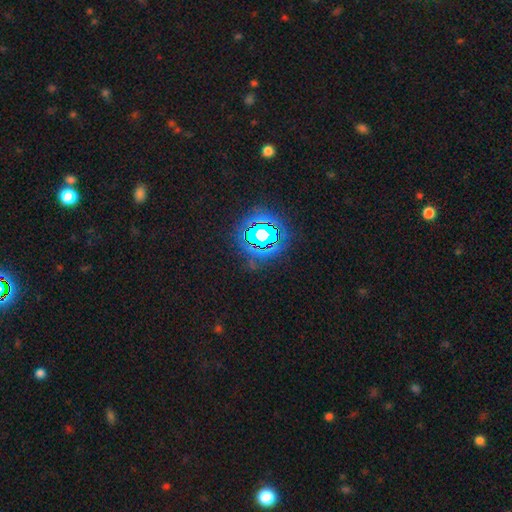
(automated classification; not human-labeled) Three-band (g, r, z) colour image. It shows a star or artifact, not a galaxy (82%).